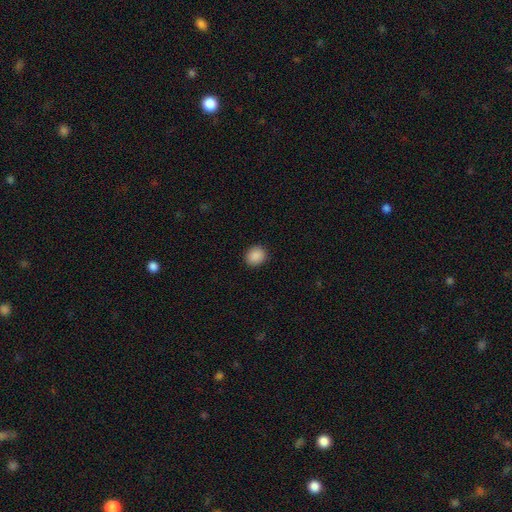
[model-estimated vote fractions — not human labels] This appears to be a smooth galaxy with no disk features (89%) that is round (72%). Merging: none (90%).